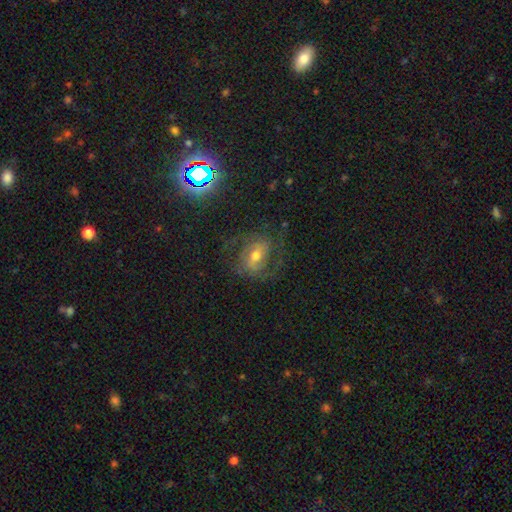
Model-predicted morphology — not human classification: Q: Smooth or featured?
A: featured or disk (70%); runner-up: smooth (17%)
Q: Edge-on disk?
A: no (96%); runner-up: yes (4%)
Q: Bar?
A: weak (45%); runner-up: no (29%)
Q: Spiral arms?
A: yes (88%); runner-up: no (12%)
Q: Spiral winding?
A: medium (49%); runner-up: tight (28%)
Q: Spiral arm count?
A: 2 (68%); runner-up: can't tell (16%)
Q: Bulge size?
A: moderate (68%); runner-up: small (23%)
Q: Merging?
A: none (66%); runner-up: minor disturbance (17%)